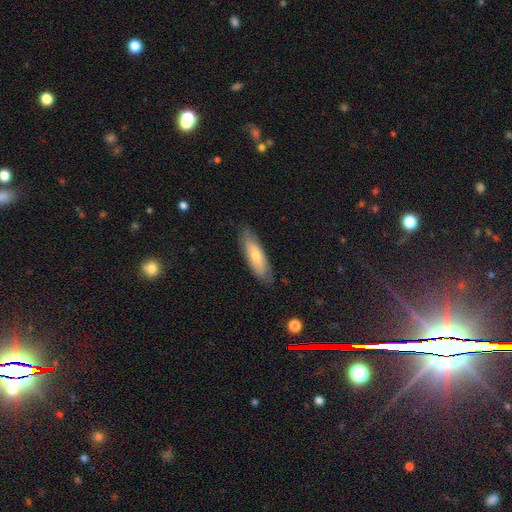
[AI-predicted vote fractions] smooth-or-featured: smooth: 62% | featured or disk: 32% | star or artifact: 6%
  how-rounded: in between: 49% (tied) | cigar-shaped: 49% (tied) | round: 2%
  merging: none: 80% | minor disturbance: 16% | major disturbance: 3% | merger: 1%